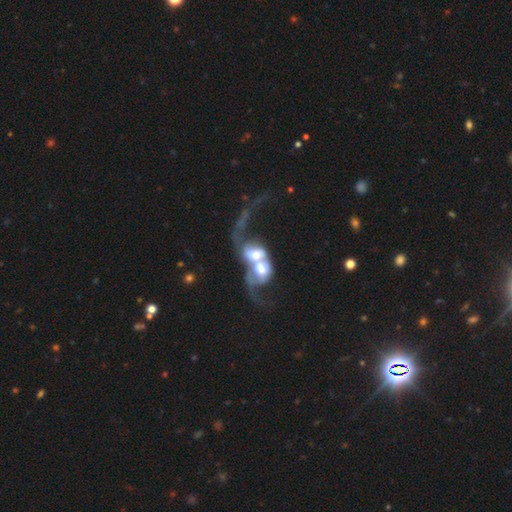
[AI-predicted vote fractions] Overall: featured or disk (64%; smooth 28%). Edge-on disk: no (95%). Bar: no (69%). Spiral arms: yes (61%; no 39%). Bulge size: large (41%; moderate 32%). Merging: merger (82%).